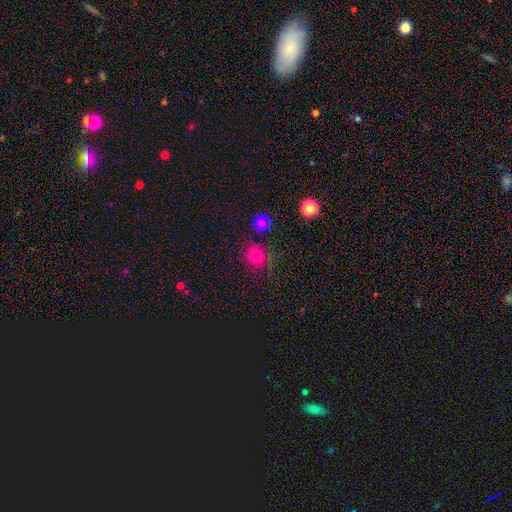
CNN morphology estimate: Smooth or featured? Predicted: smooth (p=0.81). How rounded? Predicted: round (p=0.91). Merging? Predicted: none (p=0.83).